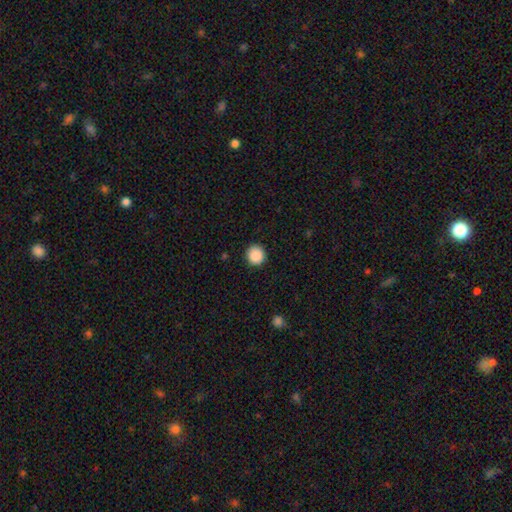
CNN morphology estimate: A smooth galaxy with no disk features (89%) that is round (94%).

Vote fractions:
- Smooth or featured? smooth: 89% / star or artifact: 9% / featured or disk: 3%
- How rounded? round: 94% / in between: 6% / cigar-shaped: 1%
- Merging? none: 91% / minor disturbance: 6% / major disturbance: 2% / merger: 1%